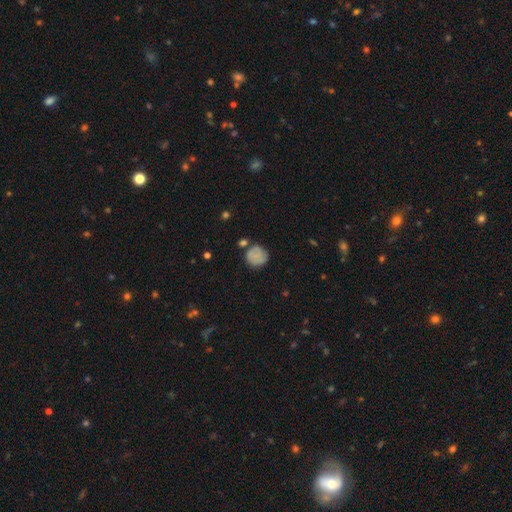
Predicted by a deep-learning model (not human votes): A smooth galaxy with no disk features (73%) that is round (87%).

Vote fractions:
- Smooth or featured? smooth: 73% / featured or disk: 18% / star or artifact: 9%
- How rounded? round: 87% / in between: 12% / cigar-shaped: 1%
- Merging? none: 66% / minor disturbance: 20% / merger: 8% / major disturbance: 6%